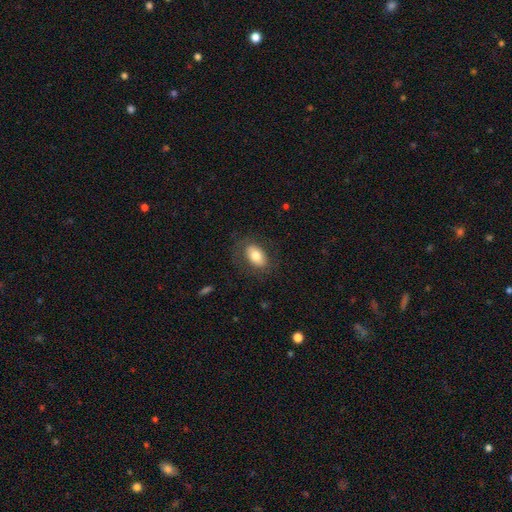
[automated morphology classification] Smooth or featured?
  - smooth: 74% *
  - featured or disk: 18%
  - star or artifact: 7%
How rounded?
  - in between: 90% *
  - round: 8%
  - cigar-shaped: 2%
Merging?
  - none: 77% *
  - minor disturbance: 14%
  - major disturbance: 8%
  - merger: 1%